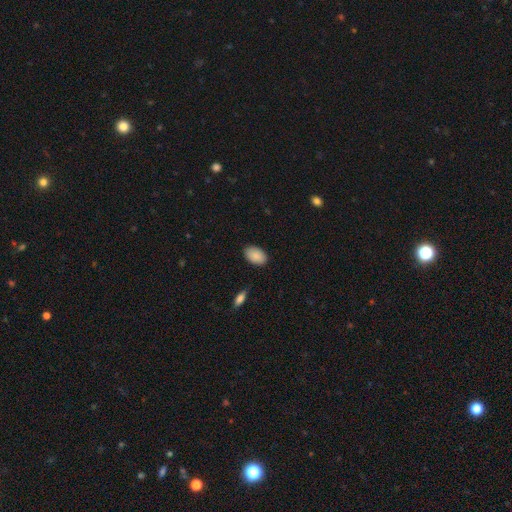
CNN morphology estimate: Q: Smooth or featured?
A: smooth (89%); runner-up: star or artifact (6%)
Q: How rounded?
A: in between (92%); runner-up: round (6%)
Q: Merging?
A: none (86%); runner-up: minor disturbance (10%)